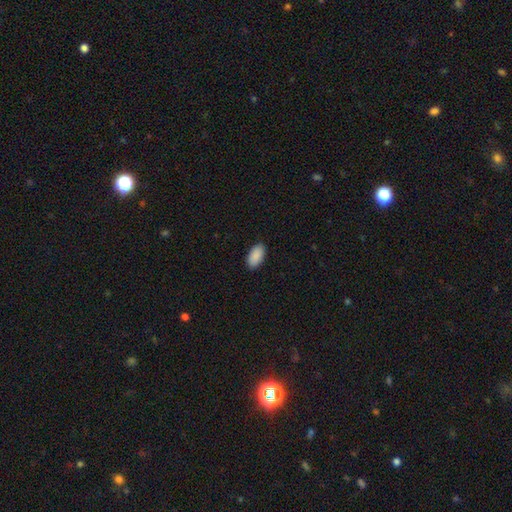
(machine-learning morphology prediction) Smooth or featured?
  - smooth: 91% *
  - star or artifact: 6%
  - featured or disk: 3%
How rounded?
  - in between: 95% *
  - cigar-shaped: 3%
  - round: 2%
Merging?
  - none: 90% *
  - minor disturbance: 7%
  - major disturbance: 2%
  - merger: 1%